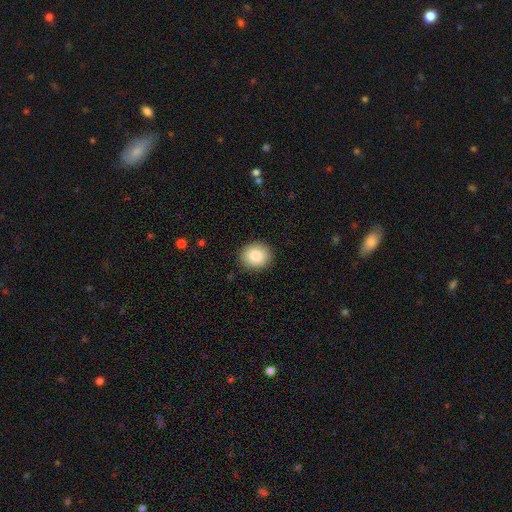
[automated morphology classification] This appears to be a smooth galaxy with no disk features (85%) that is round (76%). Merging: none (90%).